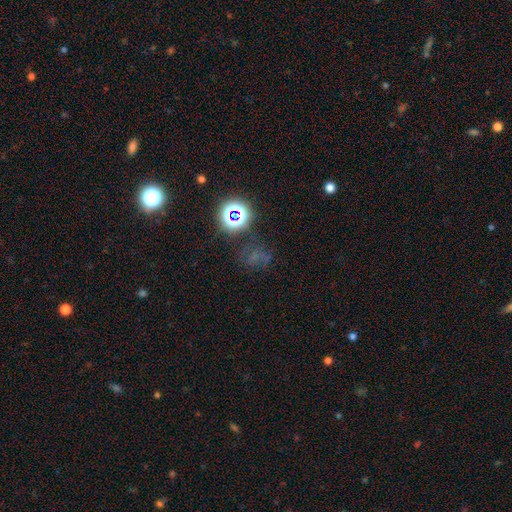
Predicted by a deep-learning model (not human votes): Overall: star or artifact (56%; smooth 31%).